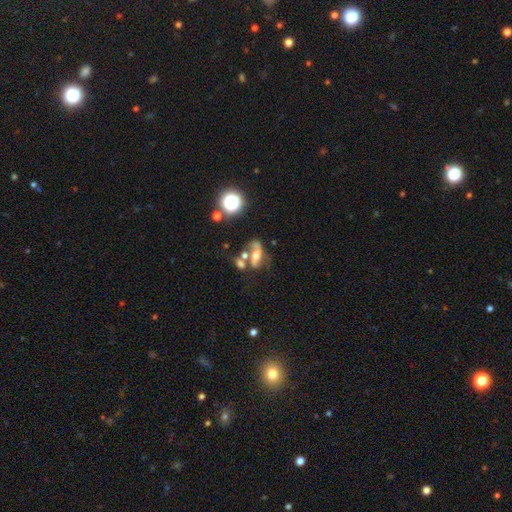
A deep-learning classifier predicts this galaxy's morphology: smooth-or-featured: featured or disk: 57% | smooth: 30% | star or artifact: 14%
  disk-edge-on: no: 84% | yes: 16%
  merging: none: 38% | merger: 31% | minor disturbance: 17% | major disturbance: 14%